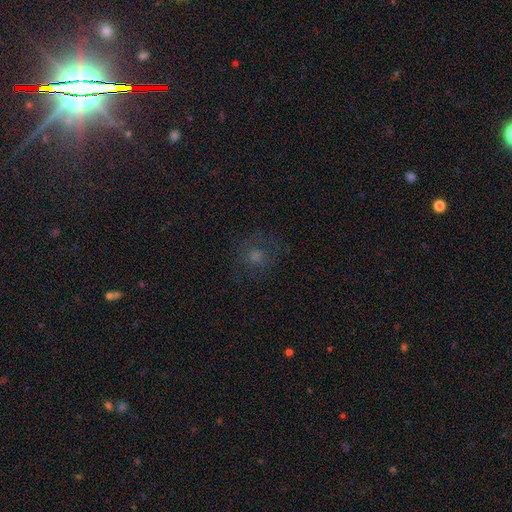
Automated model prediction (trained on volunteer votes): smooth_or_featured: smooth (p=0.54) [alt: featured or disk p=0.25]
how_rounded: round (p=0.85) [alt: in between p=0.14]
merging: none (p=0.73) [alt: minor disturbance p=0.15]